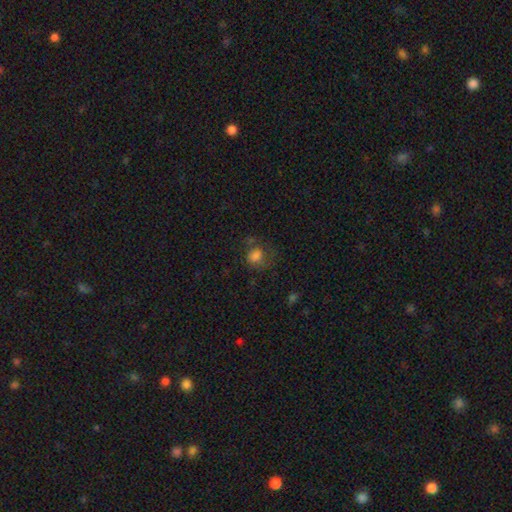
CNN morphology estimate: Overall: smooth (71%). How rounded: round (55%; in between 44%). Merging: none (44%; major disturbance 28%).